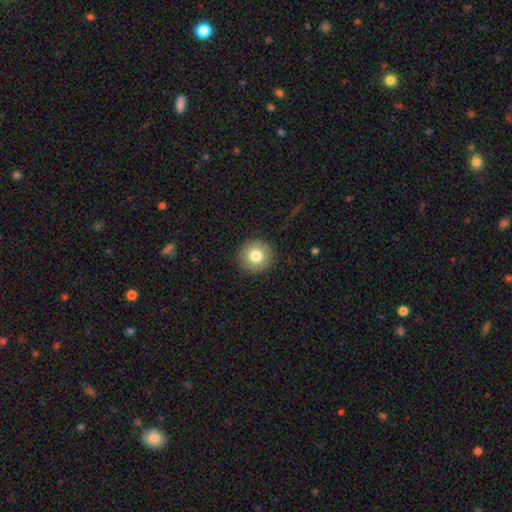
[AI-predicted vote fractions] Smooth or featured? smooth (79%)
How rounded? round (94%)
Merging? none (91%)